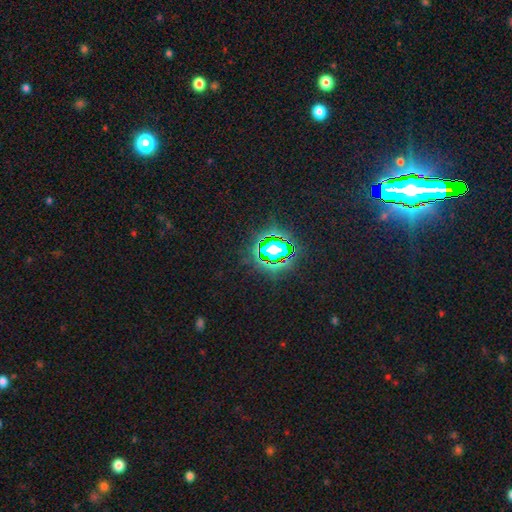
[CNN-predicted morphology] smooth_or_featured: star or artifact (p=0.82) [alt: smooth p=0.10]